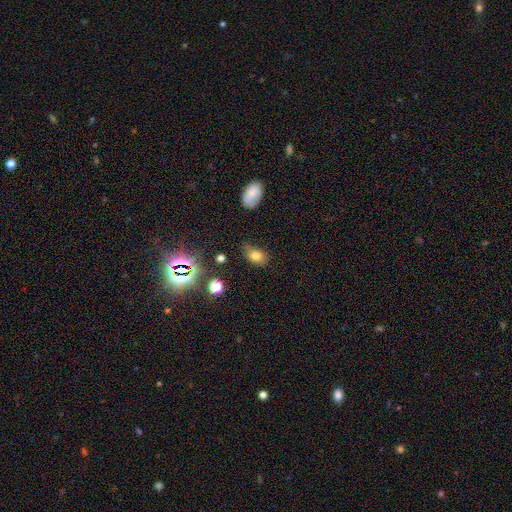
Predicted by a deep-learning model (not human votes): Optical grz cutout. It shows a smooth galaxy with no disk features (76%) that is in between round and cigar-shaped (82%). Merging: none (68%).